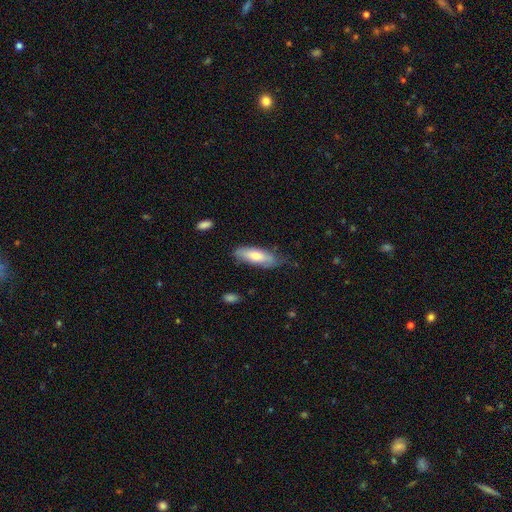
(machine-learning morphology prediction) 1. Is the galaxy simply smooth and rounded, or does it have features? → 66% smooth, 28% featured or disk, 6% star or artifact.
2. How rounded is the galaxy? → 59% in between, 39% cigar-shaped, 2% round.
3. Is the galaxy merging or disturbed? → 67% none, 26% minor disturbance, 5% major disturbance, 2% merger.